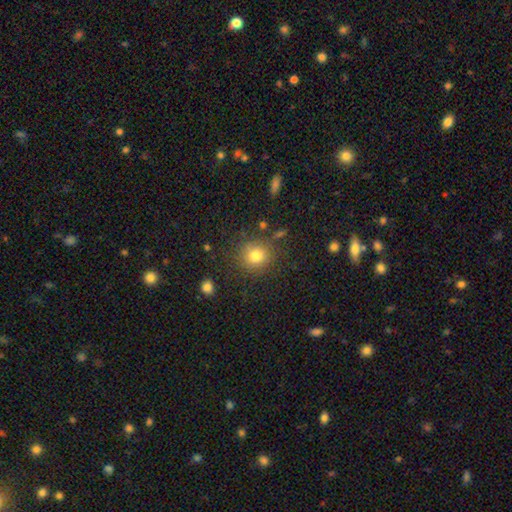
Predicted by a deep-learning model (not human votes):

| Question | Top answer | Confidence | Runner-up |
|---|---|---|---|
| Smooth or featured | smooth | 79% | star or artifact (13%) |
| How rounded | round | 86% | in between (13%) |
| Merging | none | 81% | minor disturbance (11%) |